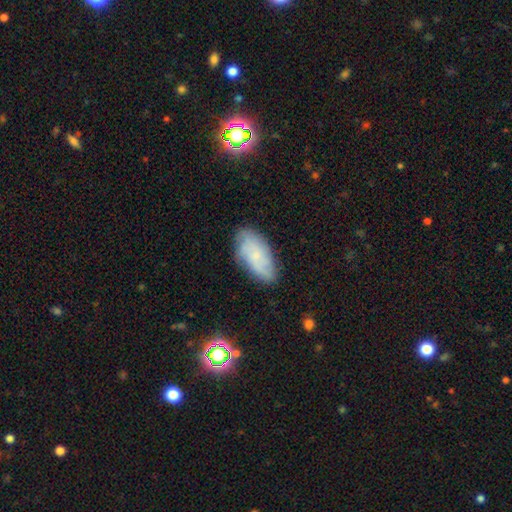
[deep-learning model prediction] featured or disk 50%, smooth 41%, star or artifact 9%. Down the decision tree: merging — none (75%).